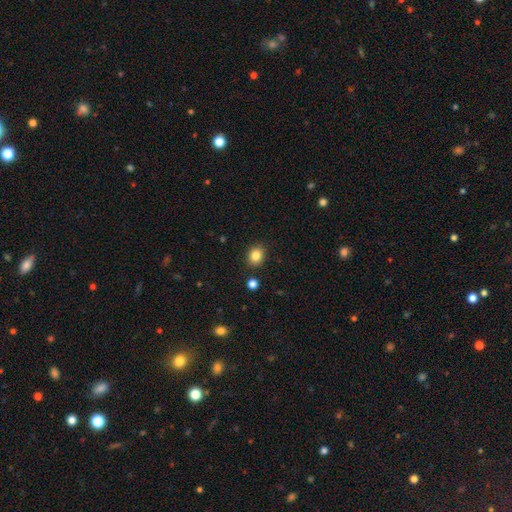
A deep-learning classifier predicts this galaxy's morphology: smooth_or_featured: smooth (p=0.84) [alt: star or artifact p=0.11]
how_rounded: round (p=0.64) [alt: in between p=0.35]
merging: none (p=0.88) [alt: minor disturbance p=0.08]